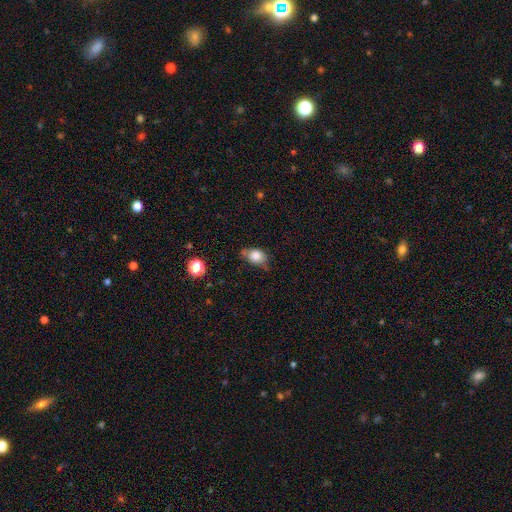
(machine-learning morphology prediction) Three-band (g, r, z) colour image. It shows a smooth galaxy with no disk features (80%) that is in between round and cigar-shaped (63%). Merging: none (54%).